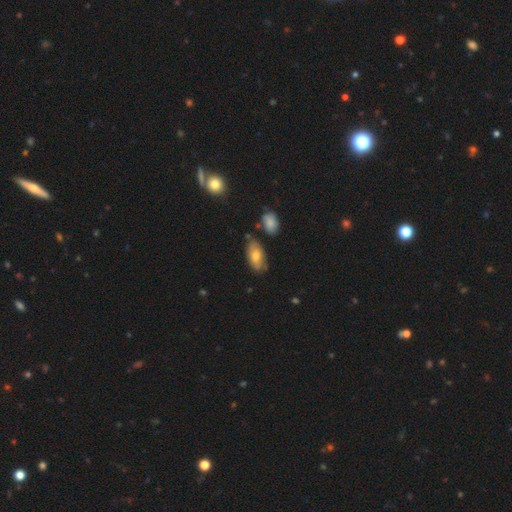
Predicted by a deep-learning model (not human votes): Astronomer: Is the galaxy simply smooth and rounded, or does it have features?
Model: smooth — 65%.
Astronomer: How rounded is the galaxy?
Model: in between — 91%.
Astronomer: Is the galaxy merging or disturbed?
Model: none — 66%.